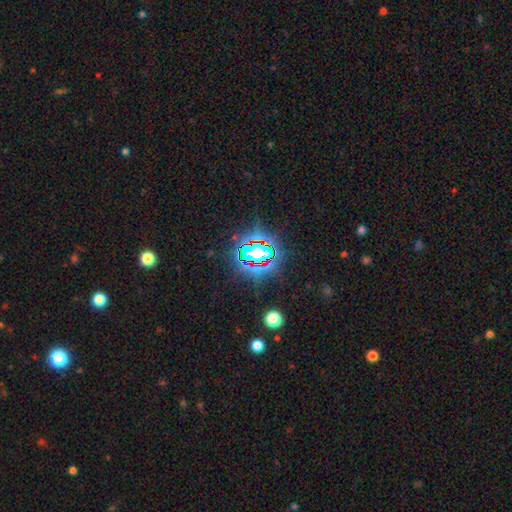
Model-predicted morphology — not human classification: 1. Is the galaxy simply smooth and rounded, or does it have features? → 80% star or artifact, 12% smooth, 8% featured or disk.